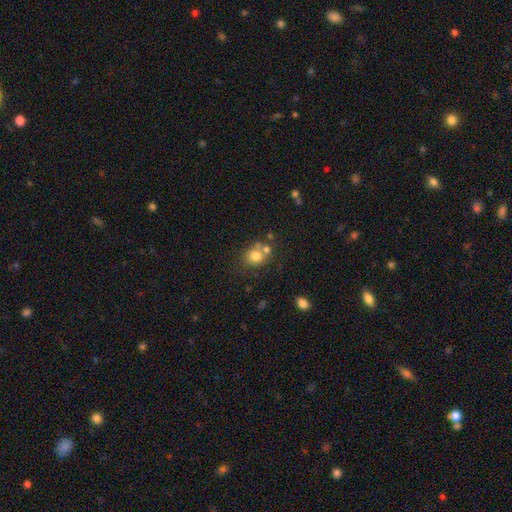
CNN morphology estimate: A smooth galaxy with no disk features (76%) that is round (74%).

Vote fractions:
- Smooth or featured? smooth: 76% / featured or disk: 12% / star or artifact: 12%
- How rounded? round: 74% / in between: 26% / cigar-shaped: 1%
- Merging? none: 54% / merger: 29% / minor disturbance: 12% / major disturbance: 5%